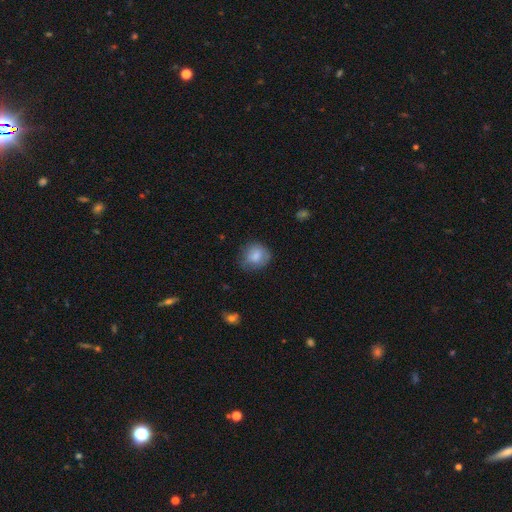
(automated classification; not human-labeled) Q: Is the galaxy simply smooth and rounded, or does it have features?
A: smooth — 78%.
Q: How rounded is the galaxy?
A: round — 78%.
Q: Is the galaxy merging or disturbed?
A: none — 67%.